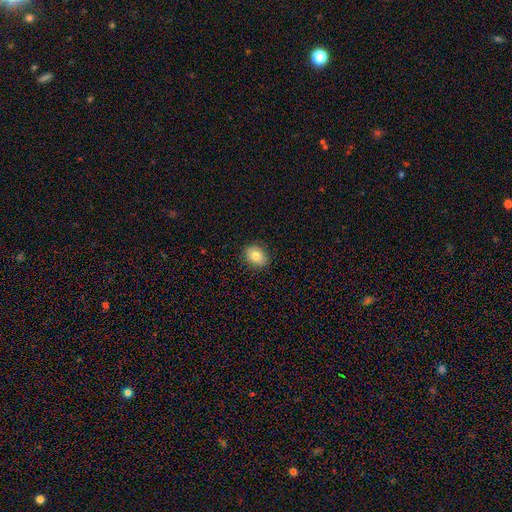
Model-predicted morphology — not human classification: Q: Smooth or featured?
A: smooth (81%); runner-up: star or artifact (10%)
Q: How rounded?
A: in between (53%); runner-up: round (46%)
Q: Merging?
A: none (87%); runner-up: minor disturbance (10%)